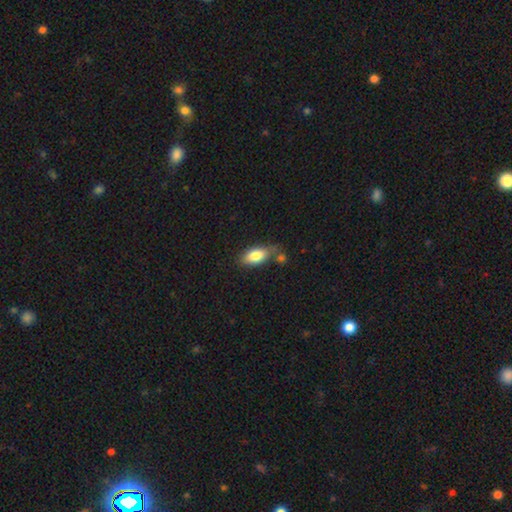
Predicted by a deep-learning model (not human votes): smooth 82%, featured or disk 11%, star or artifact 7%. Down the decision tree: how rounded — in between (88%); merging — none (56%).